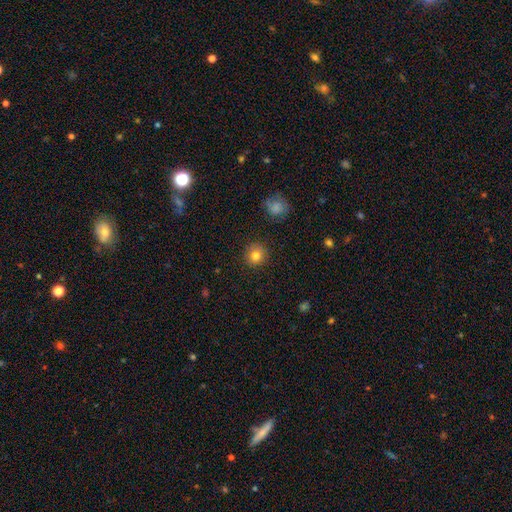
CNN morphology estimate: Smooth or featured? Predicted: smooth (p=0.82). How rounded? Predicted: round (p=0.91). Merging? Predicted: none (p=0.89).